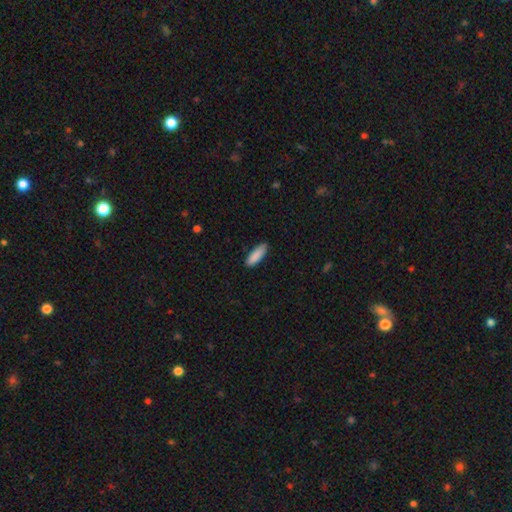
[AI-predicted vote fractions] Q: Smooth or featured?
A: smooth (89%); runner-up: star or artifact (6%)
Q: How rounded?
A: cigar-shaped (50%); runner-up: in between (48%)
Q: Merging?
A: none (85%); runner-up: minor disturbance (12%)